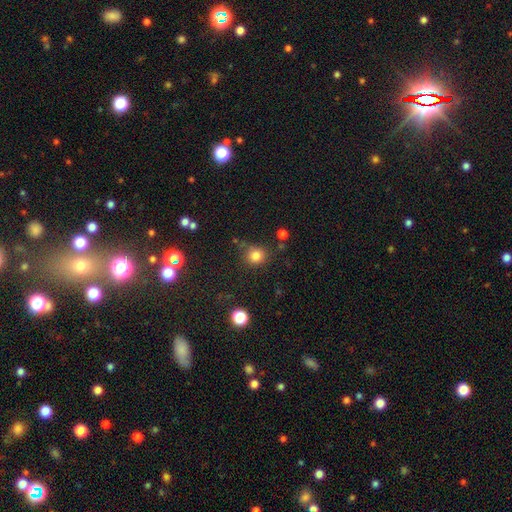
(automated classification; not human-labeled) Overall: smooth (81%). How rounded: round (88%). Merging: none (74%).